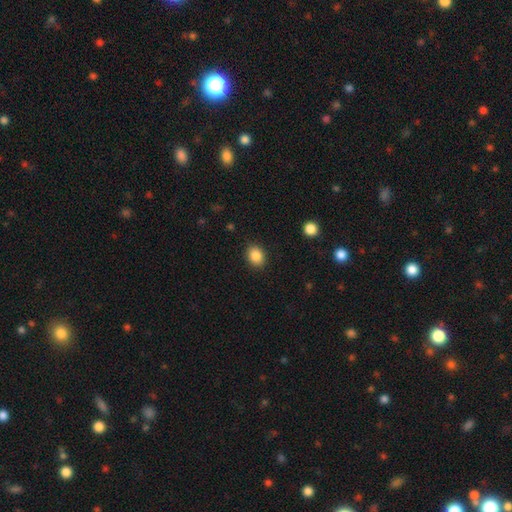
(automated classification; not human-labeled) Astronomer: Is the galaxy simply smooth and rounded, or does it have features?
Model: smooth — 87%.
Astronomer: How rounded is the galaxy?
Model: in between — 53% (runner-up: round, 46%).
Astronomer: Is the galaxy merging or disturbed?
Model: none — 88%.